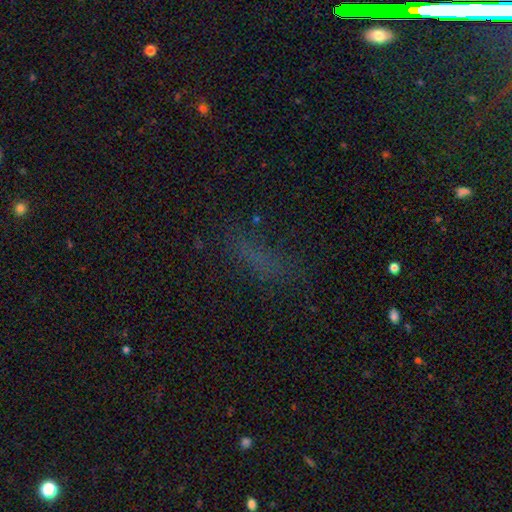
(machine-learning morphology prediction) A smooth galaxy with no disk features (51%) that is cigar-shaped (50%).

Vote fractions:
- Smooth or featured? smooth: 51% / star or artifact: 33% / featured or disk: 16%
- How rounded? cigar-shaped: 50% / in between: 43% / round: 7%
- Merging? none: 66% / minor disturbance: 18% / major disturbance: 13% / merger: 3%